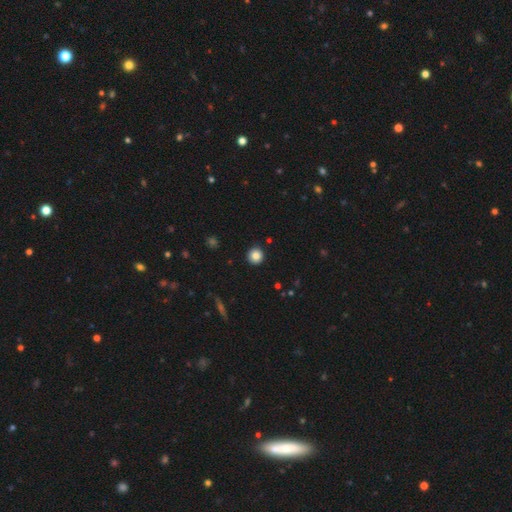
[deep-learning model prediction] This appears to be a smooth galaxy with no disk features (83%) that is round (95%). Merging: none (93%).